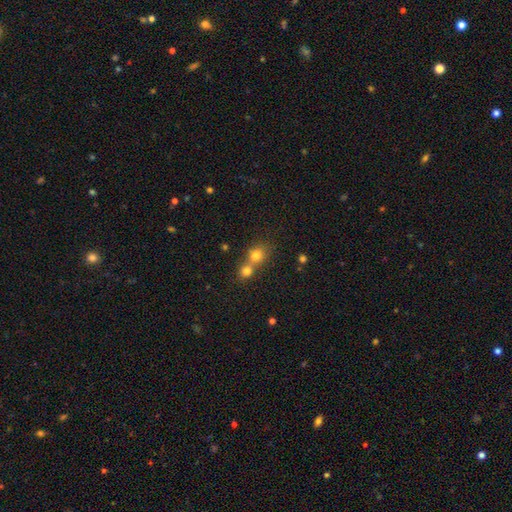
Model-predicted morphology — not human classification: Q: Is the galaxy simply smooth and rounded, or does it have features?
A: smooth — 73%.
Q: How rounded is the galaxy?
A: round — 81%.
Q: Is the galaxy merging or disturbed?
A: merger — 55%.